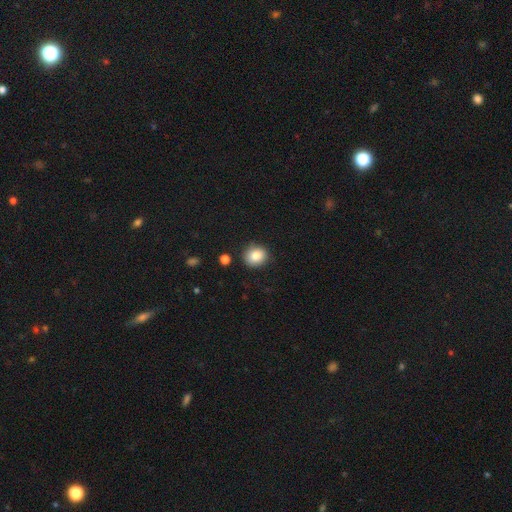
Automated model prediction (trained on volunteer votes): smooth 86%, star or artifact 9%, featured or disk 5%. Down the decision tree: how rounded — round (72%); merging — none (85%).